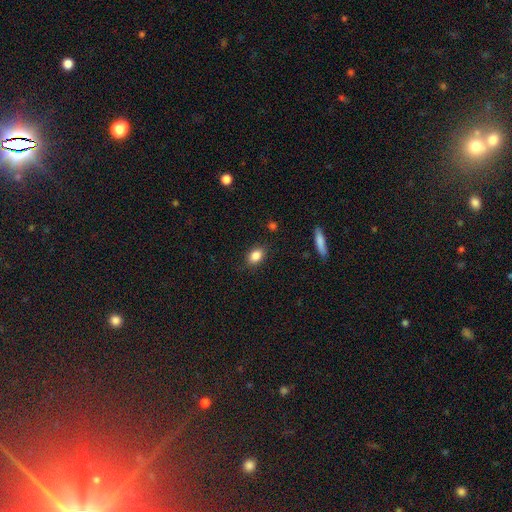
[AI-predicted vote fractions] This is clearly a smooth galaxy (85%). How rounded: likely in between (75%). Merging: clearly none (84%).